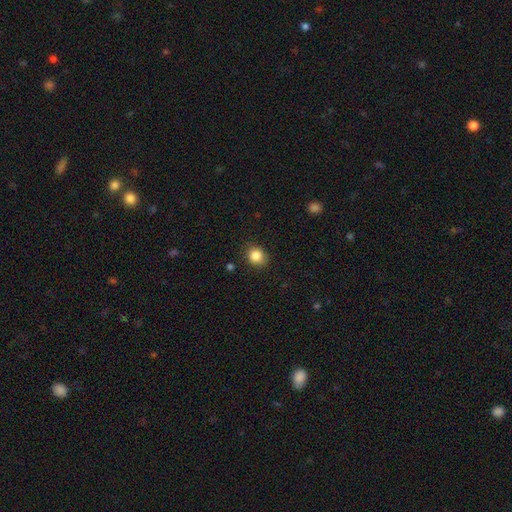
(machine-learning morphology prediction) smooth 85%, star or artifact 10%, featured or disk 4%. Down the decision tree: how rounded — round (72%); merging — none (86%).